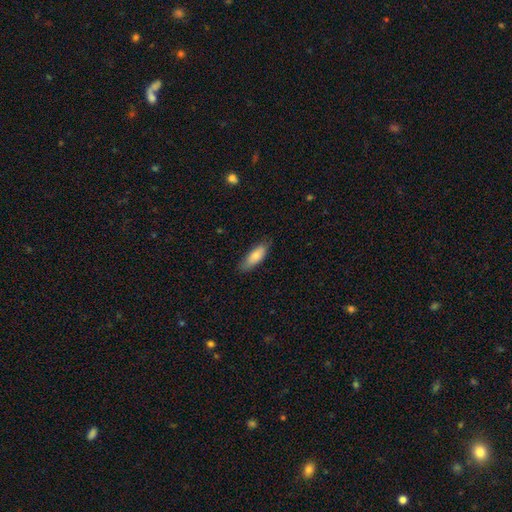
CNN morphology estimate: A smooth galaxy with no disk features (80%) that is in between round and cigar-shaped (69%).

Vote fractions:
- Smooth or featured? smooth: 80% / featured or disk: 14% / star or artifact: 6%
- How rounded? in between: 69% / cigar-shaped: 29% / round: 2%
- Merging? none: 76% / minor disturbance: 20% / major disturbance: 3% / merger: 1%